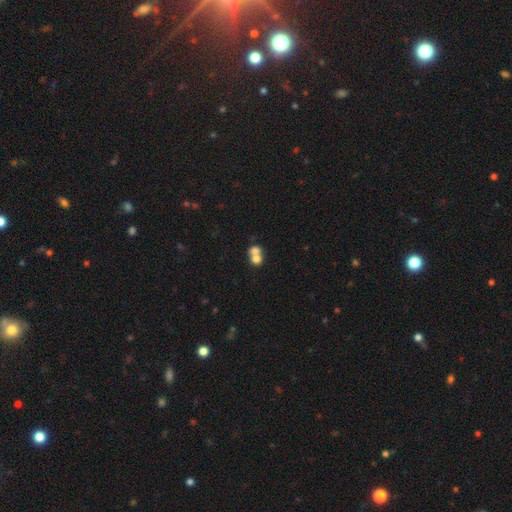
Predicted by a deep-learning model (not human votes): The model was most divided on "how rounded": round: 68%, in between: 31%, cigar-shaped: 1%. More confident: smooth or featured — smooth (71%); merging — merger (69%).